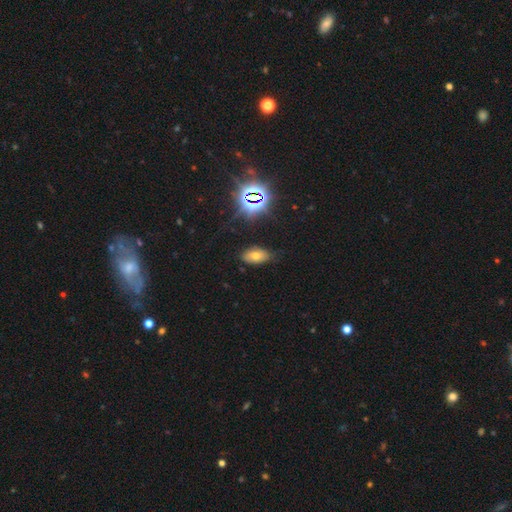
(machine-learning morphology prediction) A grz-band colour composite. It shows a smooth galaxy with no disk features (56%) that is in between round and cigar-shaped (91%). Merging: none (78%).